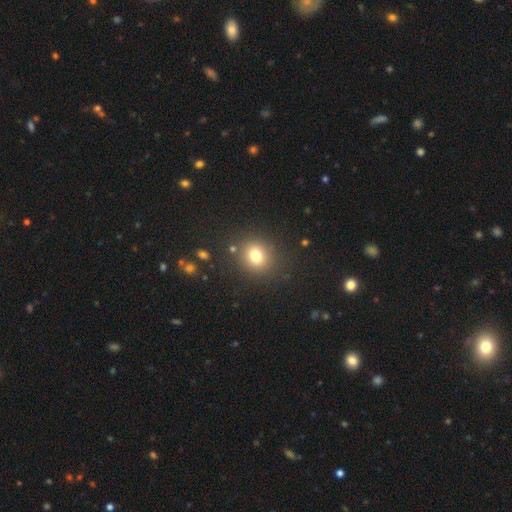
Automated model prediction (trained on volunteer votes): The model was most divided on "smooth or featured": smooth: 77%, star or artifact: 14%, featured or disk: 8%. More confident: merging — none (85%); how rounded — round (82%).